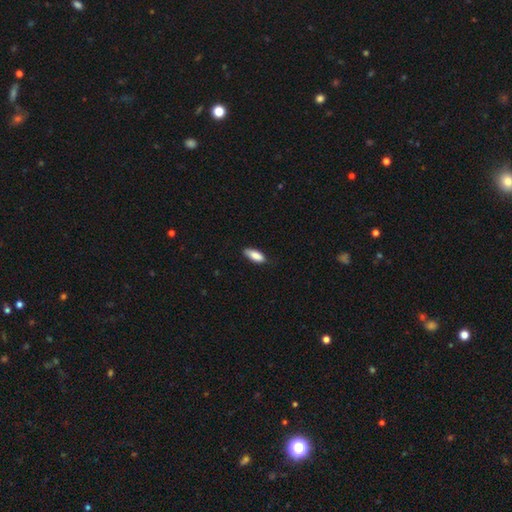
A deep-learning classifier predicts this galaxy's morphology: Smooth or featured: smooth — 87% (featured or disk — 7%)
How rounded: in between — 76% (cigar-shaped — 22%)
Merging: none — 76% (minor disturbance — 20%)